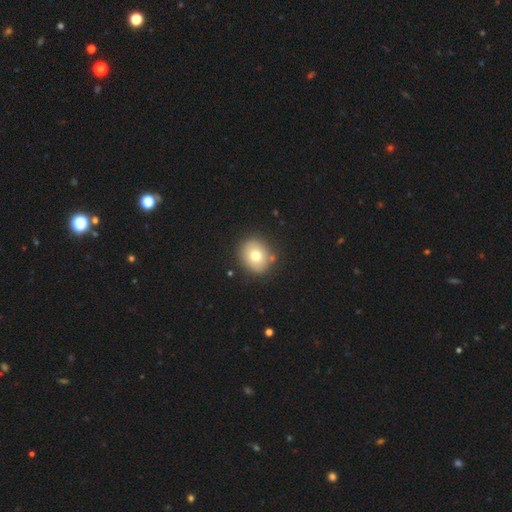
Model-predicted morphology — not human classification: This appears to be a smooth galaxy with no disk features (73%) that is round (66%). Merging: none (85%).